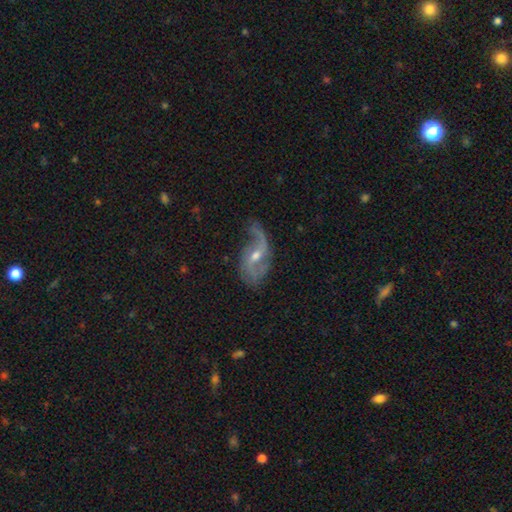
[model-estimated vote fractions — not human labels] featured or disk 86%, smooth 8%, star or artifact 6%. Down the decision tree: edge-on disk — no (96%); bar — weak (46%); spiral arms — yes (95%); spiral arm count — 2 (81%); spiral winding — loose (74%); bulge size — moderate (57%); merging — none (53%).